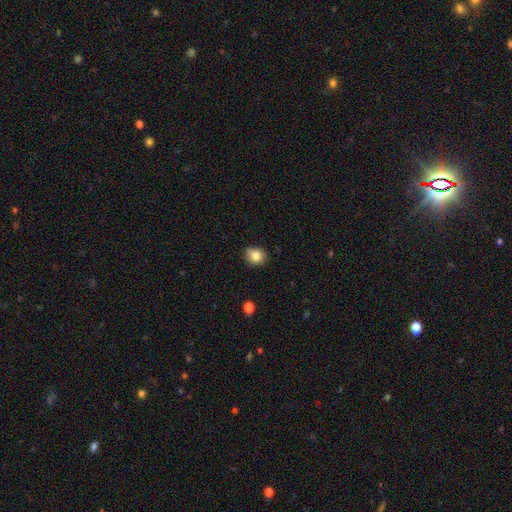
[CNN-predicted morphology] This is clearly a smooth galaxy (82%). How rounded: likely round (65%). Merging: clearly none (80%).